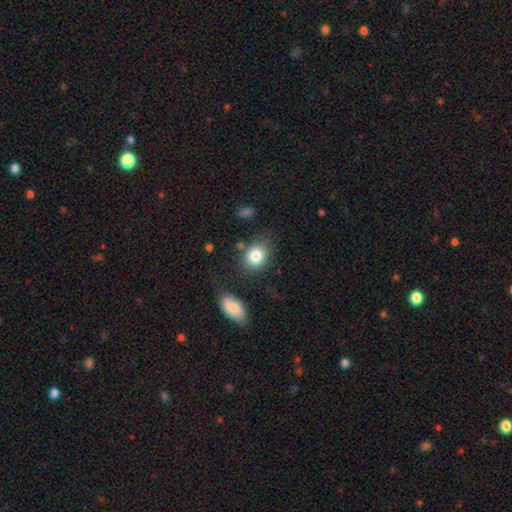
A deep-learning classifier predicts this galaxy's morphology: A smooth galaxy with no disk features (82%) that is in between round and cigar-shaped (51%).

Vote fractions:
- Smooth or featured? smooth: 82% / star or artifact: 9% / featured or disk: 9%
- How rounded? in between: 51% / round: 48% / cigar-shaped: 1%
- Merging? none: 72% / minor disturbance: 17% / merger: 6% / major disturbance: 5%